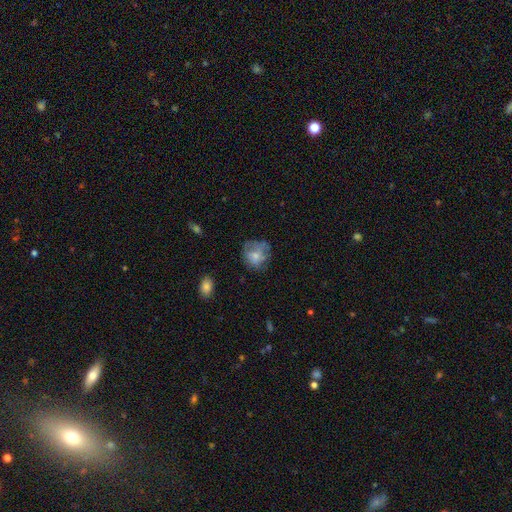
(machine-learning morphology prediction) A smooth galaxy with no disk features (63%) that is round (72%).

Vote fractions:
- Smooth or featured? smooth: 63% / featured or disk: 28% / star or artifact: 10%
- How rounded? round: 72% / in between: 27% / cigar-shaped: 1%
- Merging? none: 53% / minor disturbance: 26% / major disturbance: 17% / merger: 3%